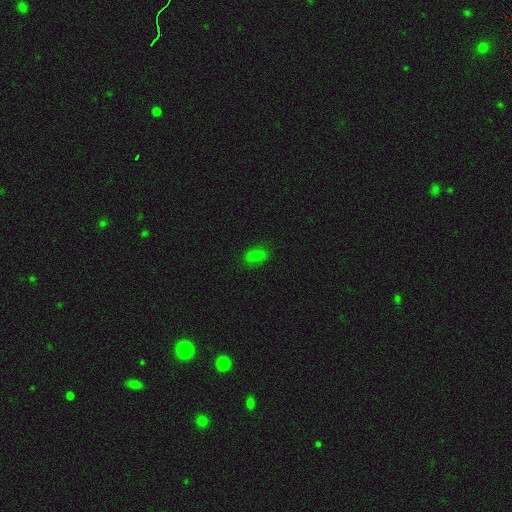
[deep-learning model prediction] Smooth or featured? smooth (77%)
How rounded? in between (86%)
Merging? none (80%)